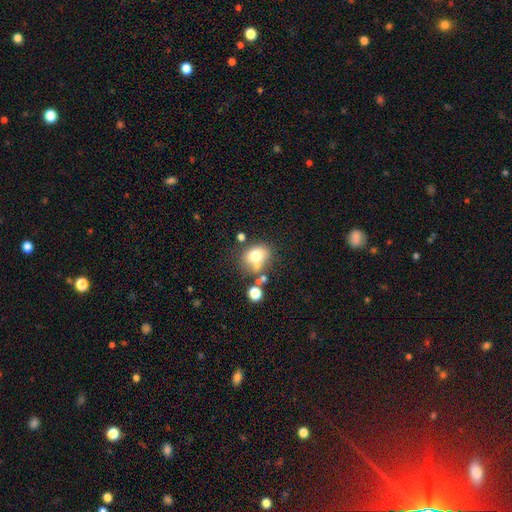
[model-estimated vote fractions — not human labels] smooth 71%, featured or disk 17%, star or artifact 12%. Down the decision tree: how rounded — in between (52%); merging — none (52%).